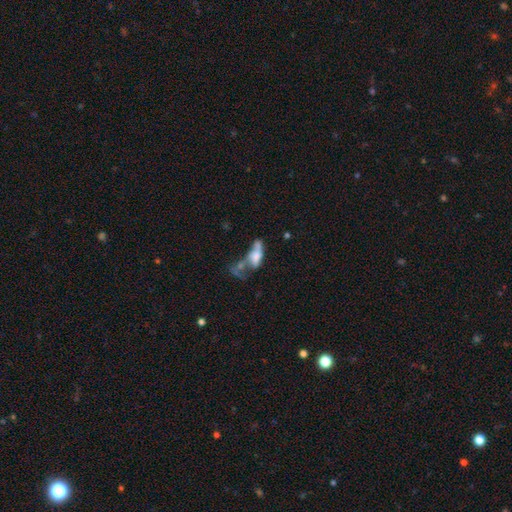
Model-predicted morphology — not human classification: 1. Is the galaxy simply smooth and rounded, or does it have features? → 48% smooth, 40% featured or disk, 12% star or artifact.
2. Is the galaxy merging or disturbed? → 39% merger, 35% major disturbance, 15% none, 11% minor disturbance.